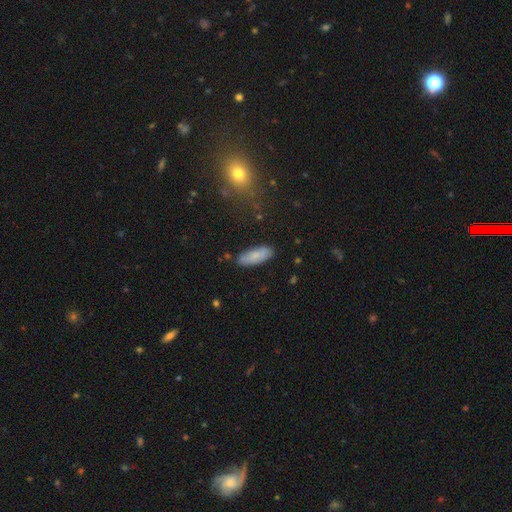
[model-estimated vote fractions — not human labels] Smooth or featured? Predicted: smooth (p=0.77). How rounded? Predicted: in between (p=0.69). Merging? Predicted: none (p=0.84).